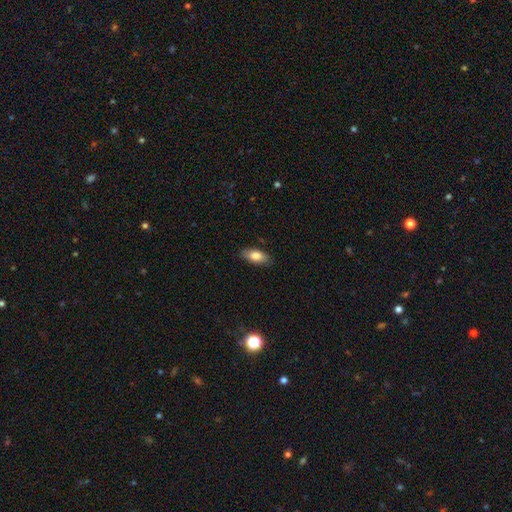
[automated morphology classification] This appears to be a smooth galaxy with no disk features (81%) that is in between round and cigar-shaped (87%). Merging: none (84%).